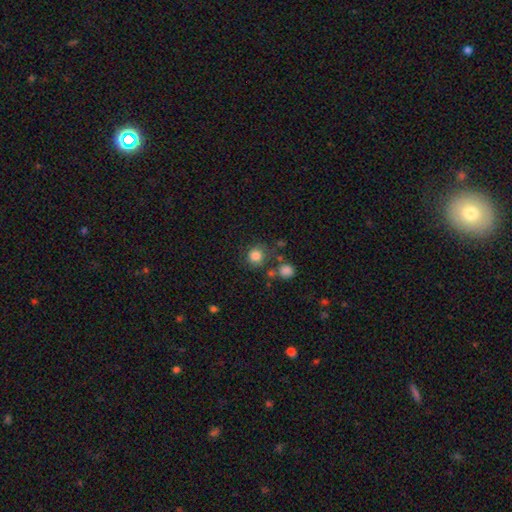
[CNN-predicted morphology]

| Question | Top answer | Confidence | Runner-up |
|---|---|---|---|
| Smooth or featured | smooth | 83% | star or artifact (11%) |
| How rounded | round | 89% | in between (10%) |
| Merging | none | 73% | minor disturbance (12%) |